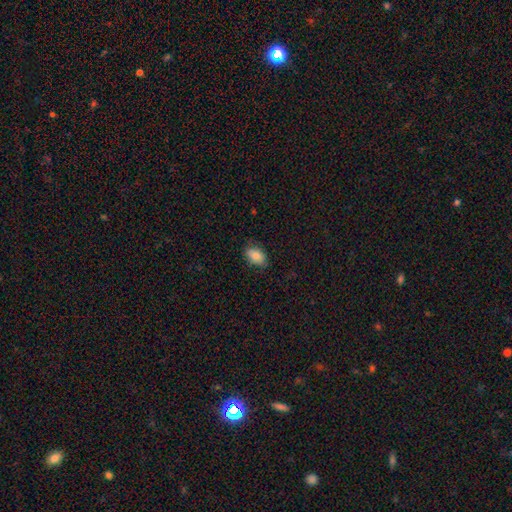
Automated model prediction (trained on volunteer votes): The model was most divided on "merging": none: 79%, minor disturbance: 17%, major disturbance: 3%, merger: 1%. More confident: how rounded — in between (87%); smooth or featured — smooth (82%).